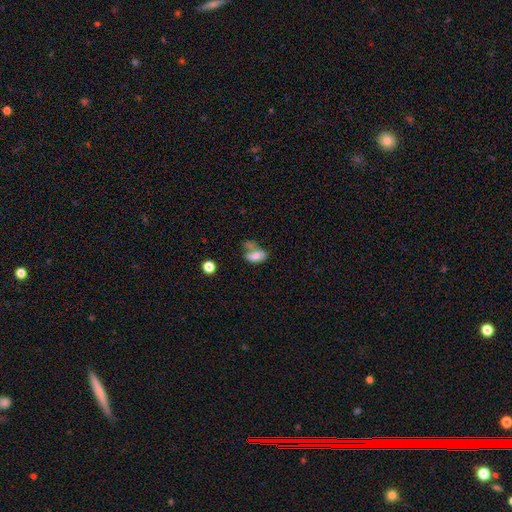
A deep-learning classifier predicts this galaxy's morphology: Overall: smooth (75%). How rounded: in between (88%). Merging: merger (40%; none 29%).